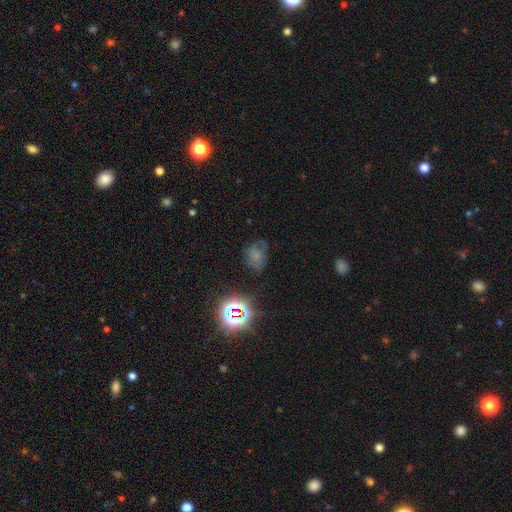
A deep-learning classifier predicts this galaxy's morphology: Smooth or featured? smooth (44%)
Merging? none (56%)